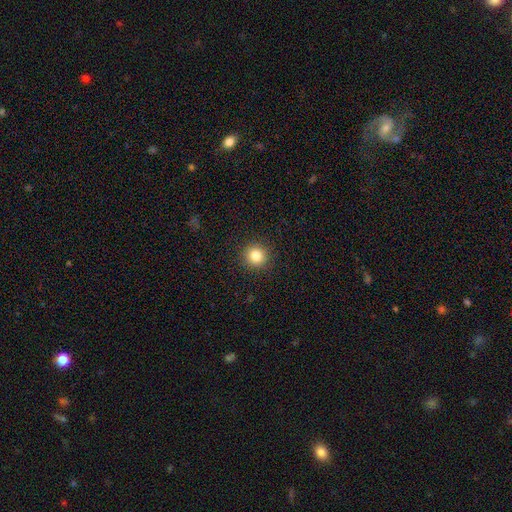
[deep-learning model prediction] A smooth galaxy with no disk features (82%) that is round (94%).

Vote fractions:
- Smooth or featured? smooth: 82% / star or artifact: 12% / featured or disk: 6%
- How rounded? round: 94% / in between: 5% / cigar-shaped: 1%
- Merging? none: 92% / minor disturbance: 5% / major disturbance: 2% / merger: 1%